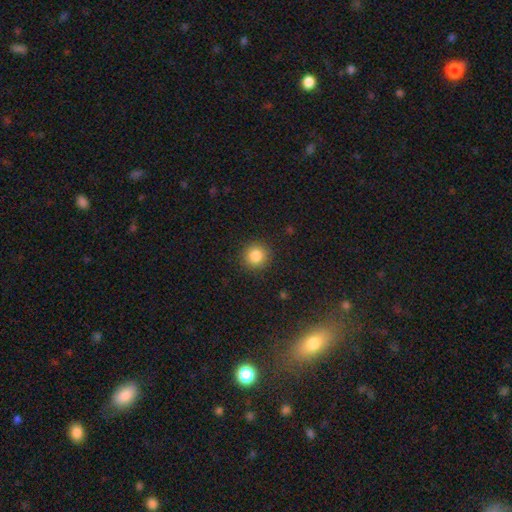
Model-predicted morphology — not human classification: Overall: smooth (84%). How rounded: round (93%). Merging: none (91%).